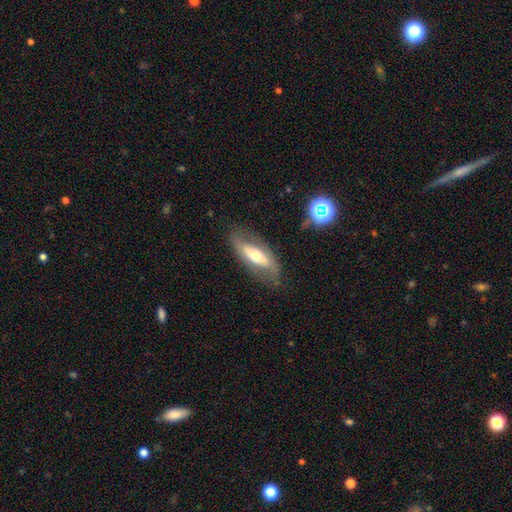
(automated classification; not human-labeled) Smooth or featured?
  - featured or disk: 56% *
  - smooth: 37%
  - star or artifact: 6%
Edge-on disk?
  - no: 71% *
  - yes: 29%
Merging?
  - none: 71% *
  - minor disturbance: 19%
  - major disturbance: 8%
  - merger: 2%